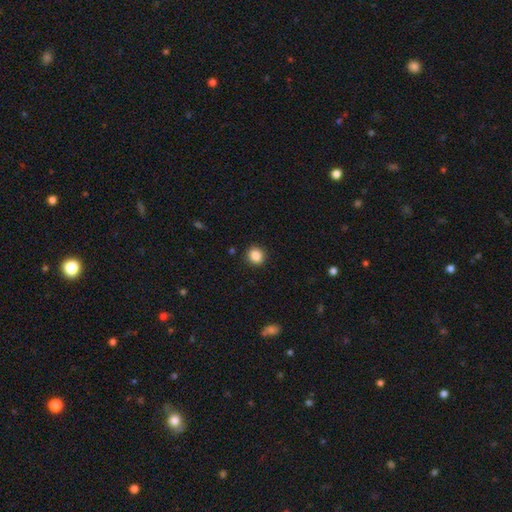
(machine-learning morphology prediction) Smooth or featured: smooth — 86% (star or artifact — 10%)
How rounded: round — 83% (in between — 16%)
Merging: none — 91% (minor disturbance — 6%)